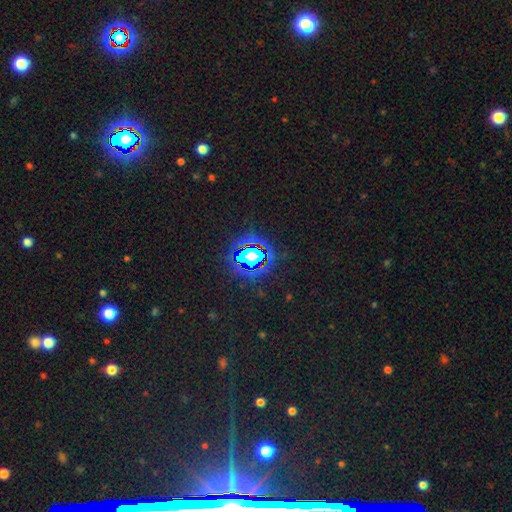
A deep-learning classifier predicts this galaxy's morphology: A star or artifact, not a galaxy (82%).